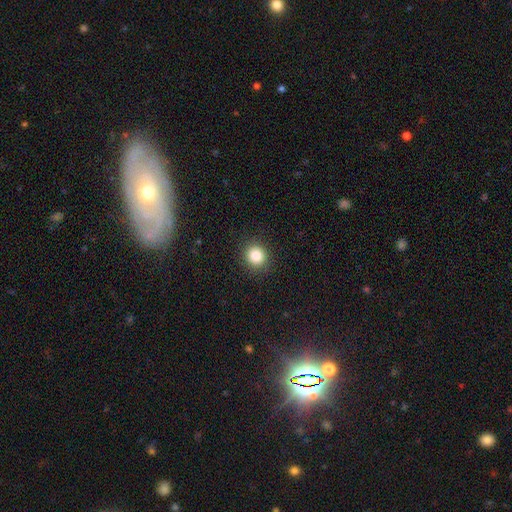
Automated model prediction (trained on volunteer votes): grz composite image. It shows a smooth galaxy with no disk features (85%) that is round (88%). Merging: none (91%).